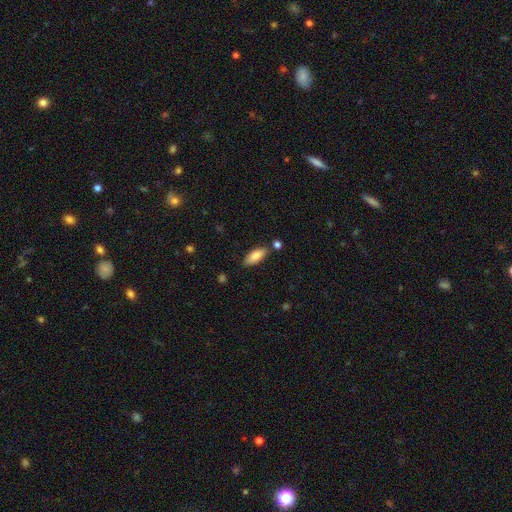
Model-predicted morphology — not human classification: Overall: smooth (83%). How rounded: in between (77%). Merging: none (79%).